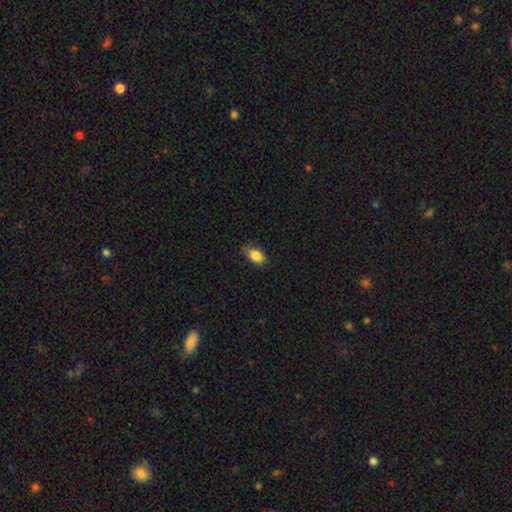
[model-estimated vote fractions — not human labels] Smooth or featured? Predicted: smooth (p=0.87). How rounded? Predicted: in between (p=0.84). Merging? Predicted: none (p=0.73).